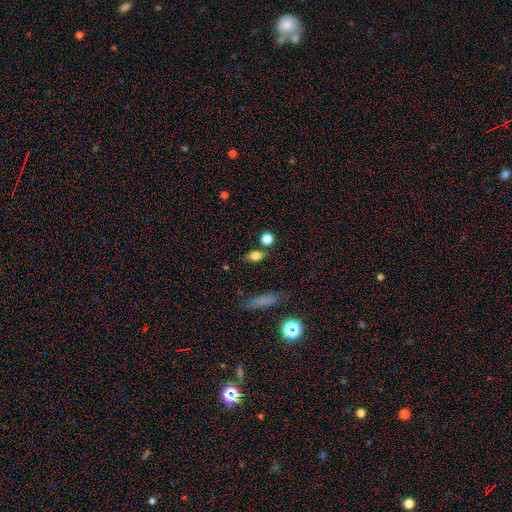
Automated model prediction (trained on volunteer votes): Overall: smooth (79%). How rounded: in between (71%). Merging: none (75%).